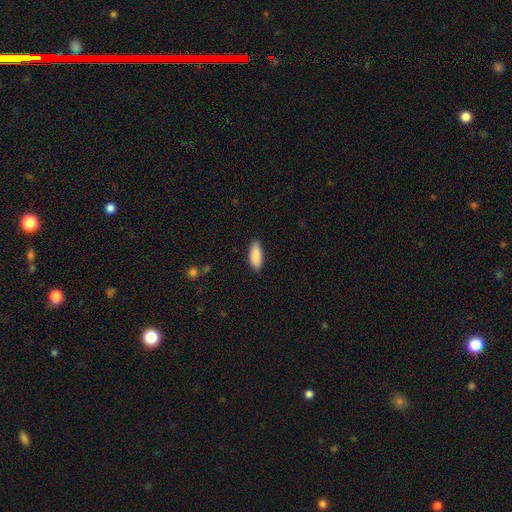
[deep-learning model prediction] Q: Smooth or featured?
A: smooth (90%); runner-up: star or artifact (6%)
Q: How rounded?
A: in between (73%); runner-up: cigar-shaped (25%)
Q: Merging?
A: none (88%); runner-up: minor disturbance (9%)